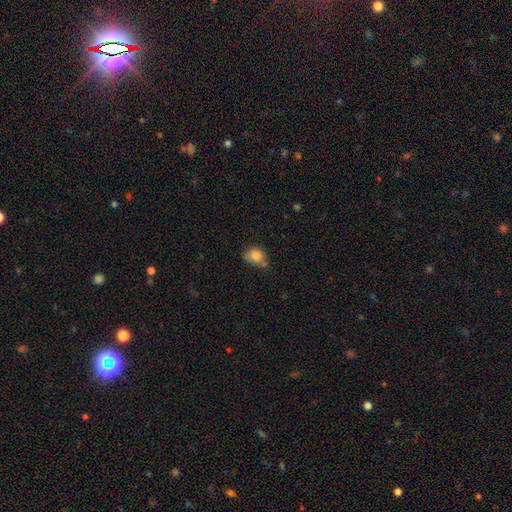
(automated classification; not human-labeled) Smooth or featured? smooth (81%)
How rounded? round (51%)
Merging? none (46%)